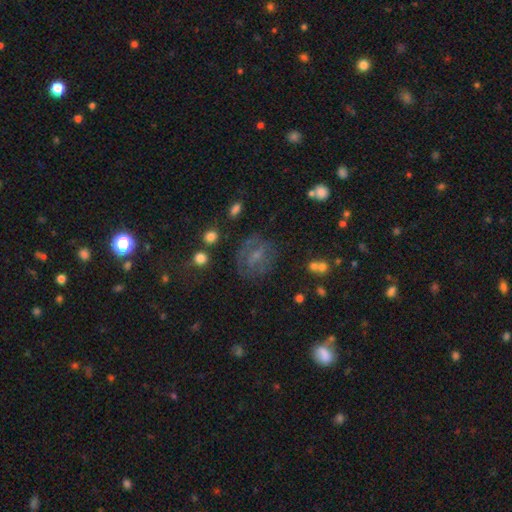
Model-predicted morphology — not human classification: A featured or disk galaxy (47%). Merging: none (65%).